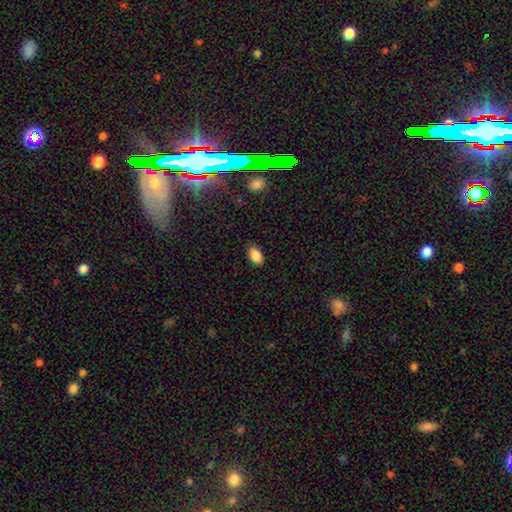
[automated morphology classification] Smooth or featured? Predicted: smooth (p=0.88). How rounded? Predicted: in between (p=0.90). Merging? Predicted: none (p=0.82).